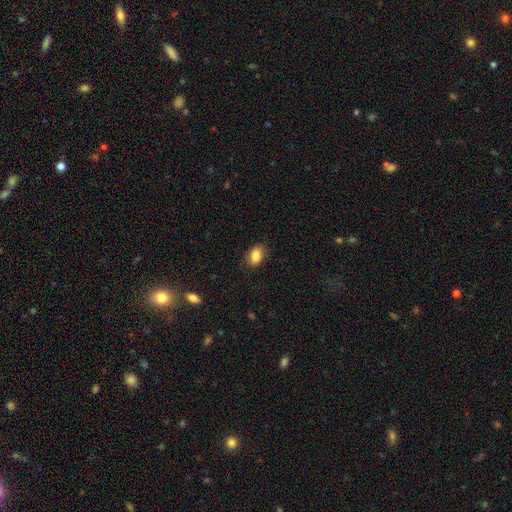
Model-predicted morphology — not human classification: A smooth galaxy with no disk features (86%) that is in between round and cigar-shaped (81%).

Vote fractions:
- Smooth or featured? smooth: 86% / star or artifact: 8% / featured or disk: 6%
- How rounded? in between: 81% / round: 17% / cigar-shaped: 1%
- Merging? none: 85% / minor disturbance: 11% / major disturbance: 2% / merger: 1%